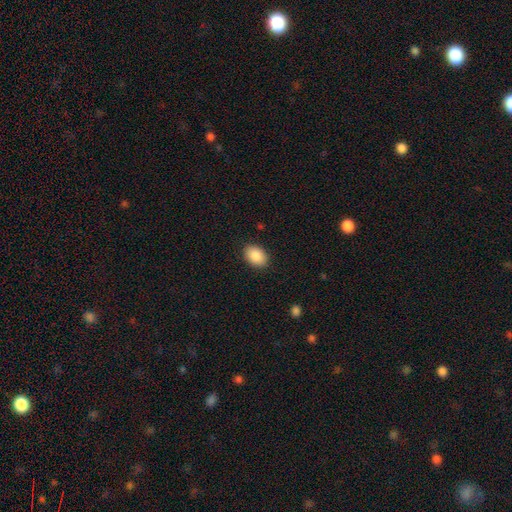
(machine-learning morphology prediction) smooth_or_featured: smooth (p=0.89) [alt: star or artifact p=0.07]
how_rounded: in between (p=0.83) [alt: round p=0.16]
merging: none (p=0.88) [alt: minor disturbance p=0.09]